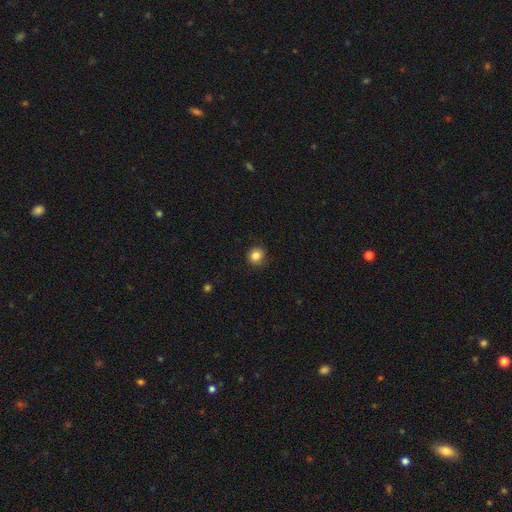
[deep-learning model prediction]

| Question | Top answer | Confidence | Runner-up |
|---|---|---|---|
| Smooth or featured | smooth | 84% | star or artifact (11%) |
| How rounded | round | 91% | in between (8%) |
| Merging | none | 88% | minor disturbance (9%) |